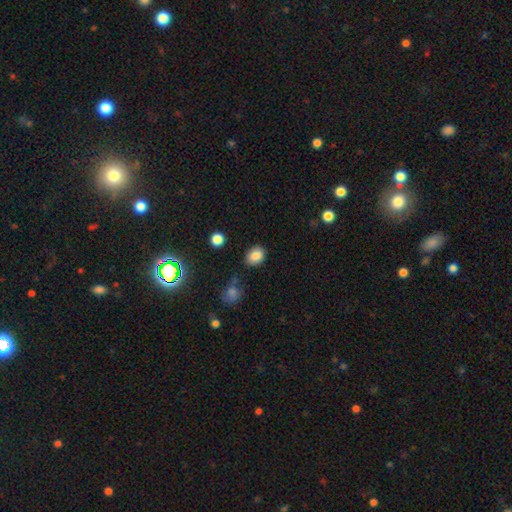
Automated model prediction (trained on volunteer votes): Smooth or featured? Predicted: smooth (p=0.84). How rounded? Predicted: in between (p=0.67). Merging? Predicted: none (p=0.79).